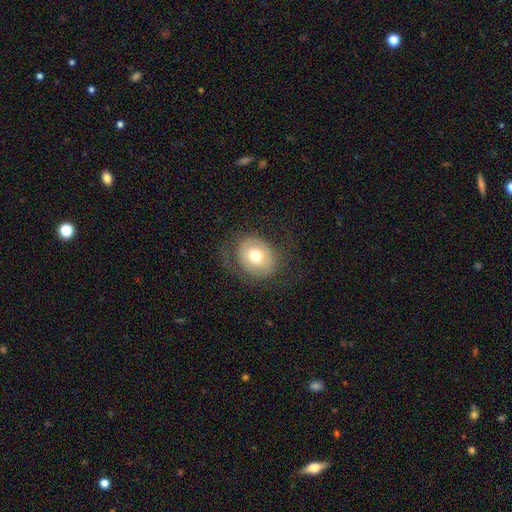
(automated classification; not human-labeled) Smooth or featured? smooth (62%)
How rounded? round (61%)
Merging? none (70%)